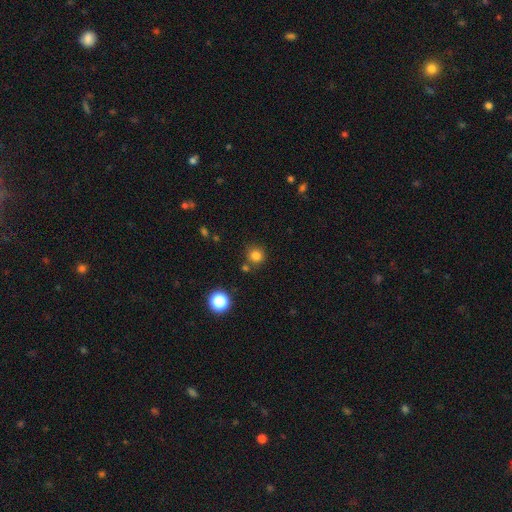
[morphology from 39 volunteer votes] Smooth or featured?
  - smooth: 87% *
  - star or artifact: 10%
  - featured or disk: 3%
How rounded?
  - round: 91% *
  - in between: 6%
  - cigar-shaped: 3%
Merging?
  - none: 83% *
  - minor disturbance: 9%
  - merger: 9%
  - major disturbance: 0%